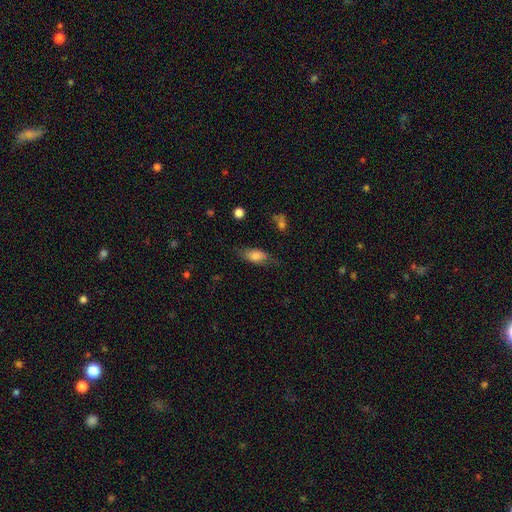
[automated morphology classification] type=smooth (74%); roundness=in between (81%); merging=none (67%).